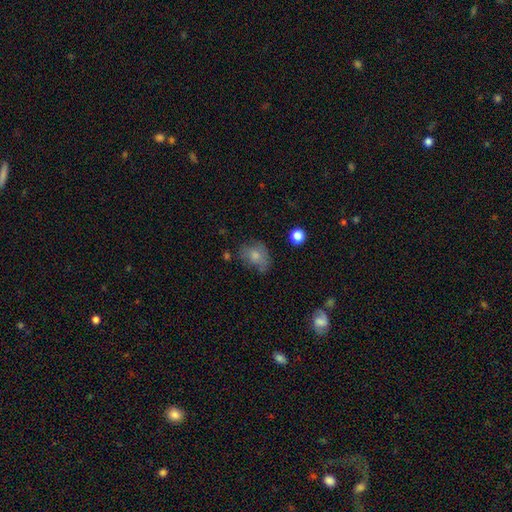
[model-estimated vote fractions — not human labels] Morphology: type=smooth (72%); roundness=in between (61%); merging=none (47%).